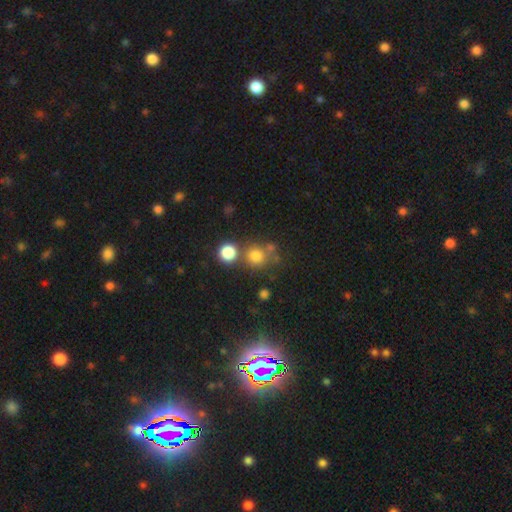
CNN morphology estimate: This appears to be a smooth galaxy with no disk features (75%) that is round (87%). Merging: none (57%).